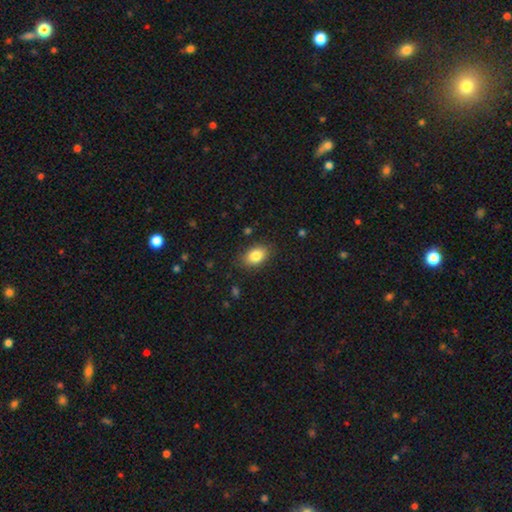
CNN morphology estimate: Smooth or featured?
  - smooth: 85% *
  - star or artifact: 8%
  - featured or disk: 7%
How rounded?
  - in between: 84% *
  - round: 14%
  - cigar-shaped: 1%
Merging?
  - none: 84% *
  - minor disturbance: 11%
  - major disturbance: 3%
  - merger: 1%